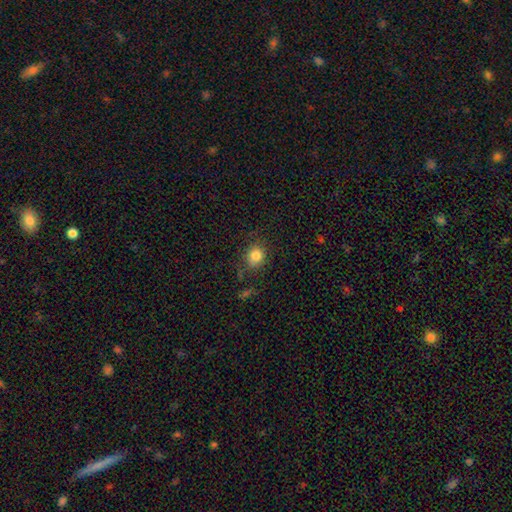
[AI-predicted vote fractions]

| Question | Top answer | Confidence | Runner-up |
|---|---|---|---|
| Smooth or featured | smooth | 82% | star or artifact (11%) |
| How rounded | round | 77% | in between (22%) |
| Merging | none | 79% | minor disturbance (14%) |